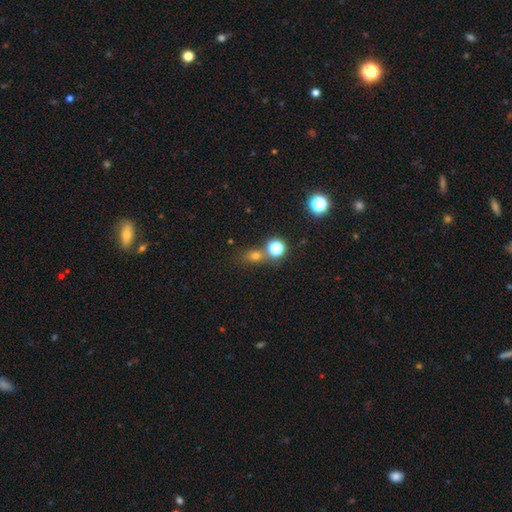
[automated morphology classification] The model was most divided on "how rounded": round: 61%, in between: 36%, cigar-shaped: 3%. More confident: merging — none (63%); smooth or featured — smooth (63%).